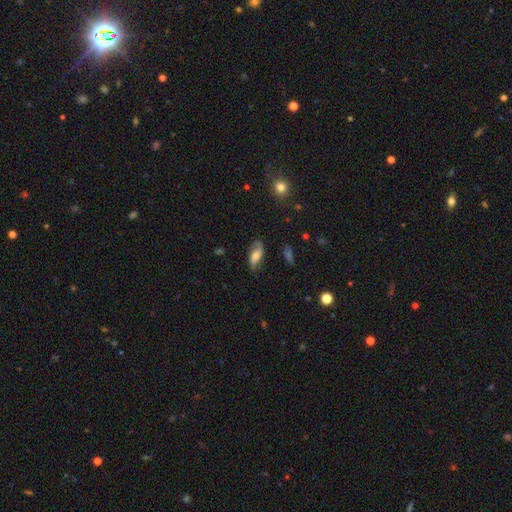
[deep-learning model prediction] This is possibly a featured or disk galaxy (59%). It is clearly not viewed edge-on (90%). Bar: possibly no (50%). Spiral arm pattern: clearly yes (88%). Central bulge: possibly moderate (52%). Merging: likely none (68%).